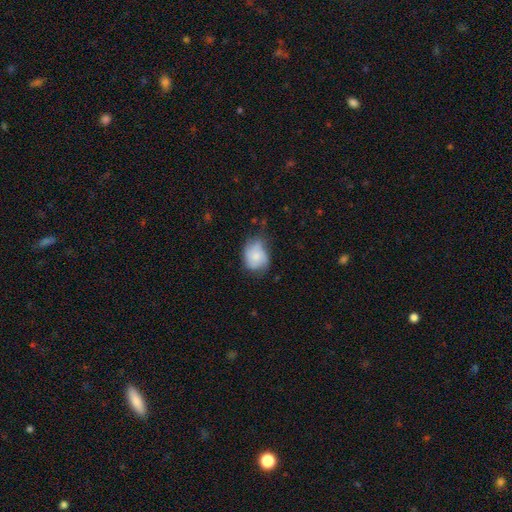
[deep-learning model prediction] Smooth or featured? Predicted: smooth (p=0.61). How rounded? Predicted: in between (p=0.54). Merging? Predicted: none (p=0.45).